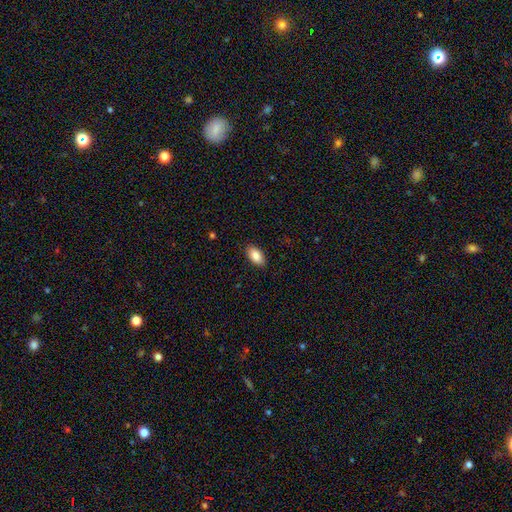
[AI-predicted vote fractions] The model was most divided on "merging": none: 88%, minor disturbance: 9%, major disturbance: 2%, merger: 1%. More confident: how rounded — in between (94%); smooth or featured — smooth (87%).